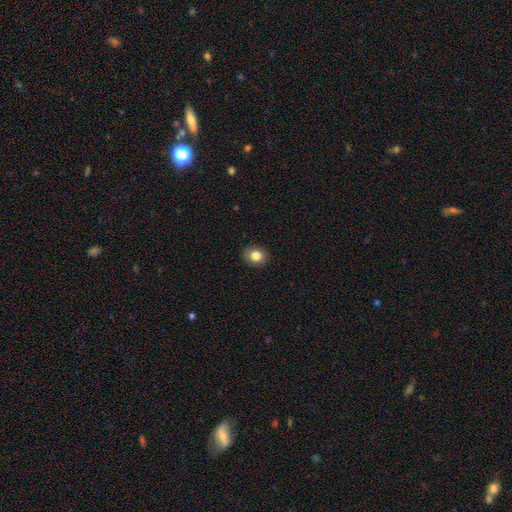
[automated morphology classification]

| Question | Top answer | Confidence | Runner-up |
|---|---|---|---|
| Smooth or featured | smooth | 83% | star or artifact (10%) |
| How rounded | round | 61% | in between (39%) |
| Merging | none | 89% | minor disturbance (8%) |